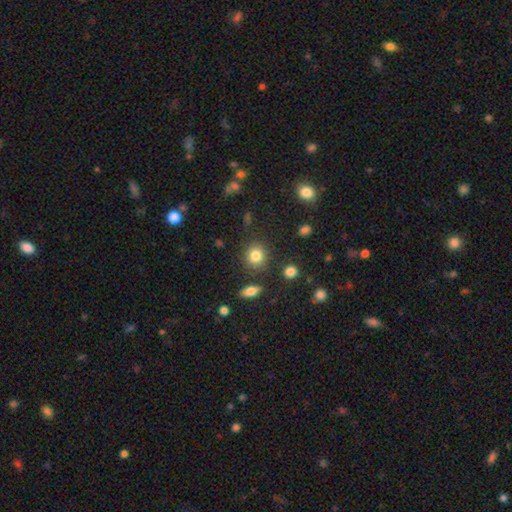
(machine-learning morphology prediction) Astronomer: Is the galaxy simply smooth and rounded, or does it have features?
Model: smooth — 81%.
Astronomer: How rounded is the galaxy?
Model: round — 83%.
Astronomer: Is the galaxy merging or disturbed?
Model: none — 84%.